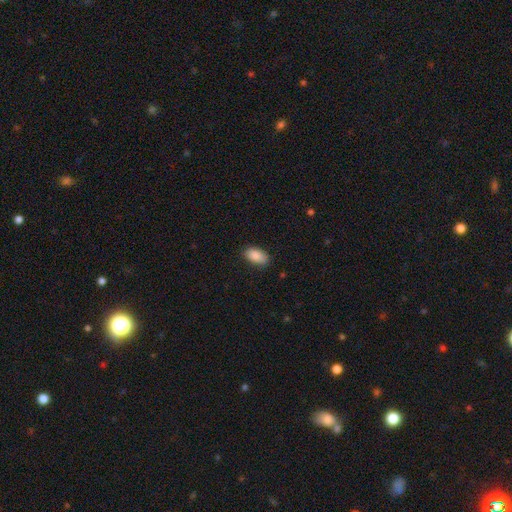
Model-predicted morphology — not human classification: smooth-or-featured: smooth: 88% | star or artifact: 7% | featured or disk: 5%
  how-rounded: in between: 93% | round: 4% | cigar-shaped: 3%
  merging: none: 83% | minor disturbance: 14% | major disturbance: 2% | merger: 1%